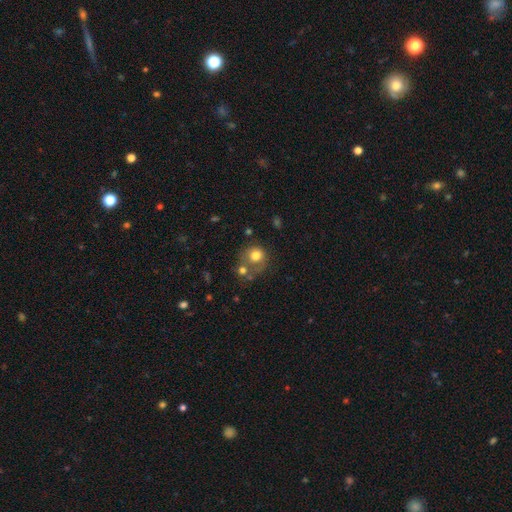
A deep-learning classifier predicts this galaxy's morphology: Smooth or featured? Predicted: smooth (p=0.74). How rounded? Predicted: round (p=0.83). Merging? Predicted: none (p=0.42).